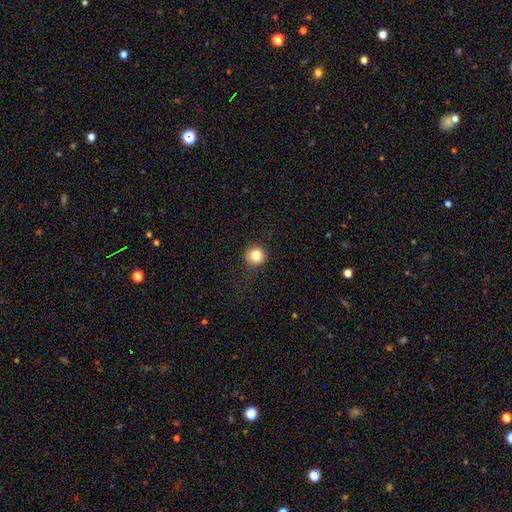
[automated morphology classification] type=smooth (82%); roundness=round (93%); merging=none (88%).